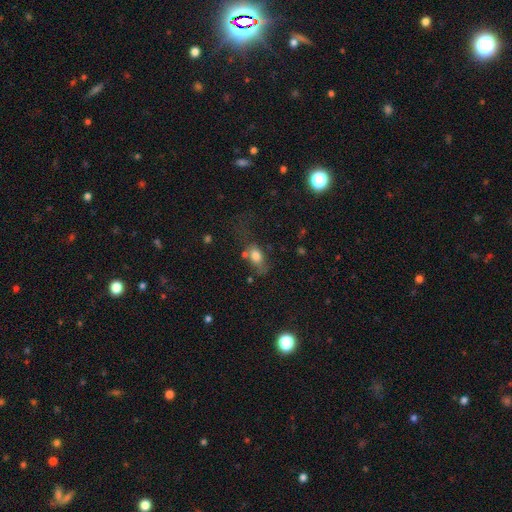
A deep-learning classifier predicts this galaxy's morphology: smooth-or-featured: smooth: 75% | featured or disk: 15% | star or artifact: 10%
  how-rounded: in between: 80% | round: 16% | cigar-shaped: 4%
  merging: none: 40% | minor disturbance: 25% | major disturbance: 24% | merger: 11%